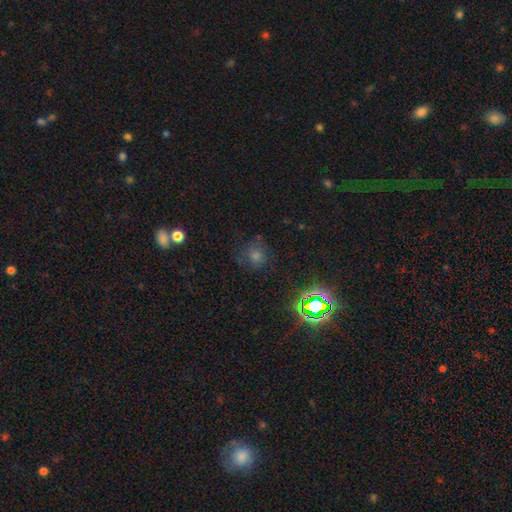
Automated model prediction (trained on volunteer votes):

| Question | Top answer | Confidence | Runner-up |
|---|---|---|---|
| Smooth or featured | smooth | 45% | star or artifact (40%) |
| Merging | none | 74% | minor disturbance (15%) |